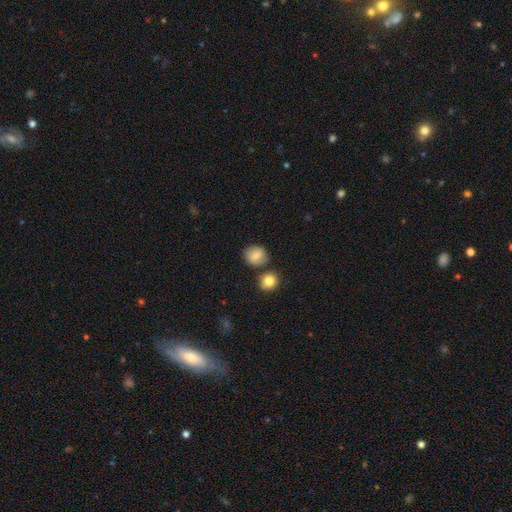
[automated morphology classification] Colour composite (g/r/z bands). It shows a smooth galaxy with no disk features (80%) that is round (80%). Merging: none (73%).